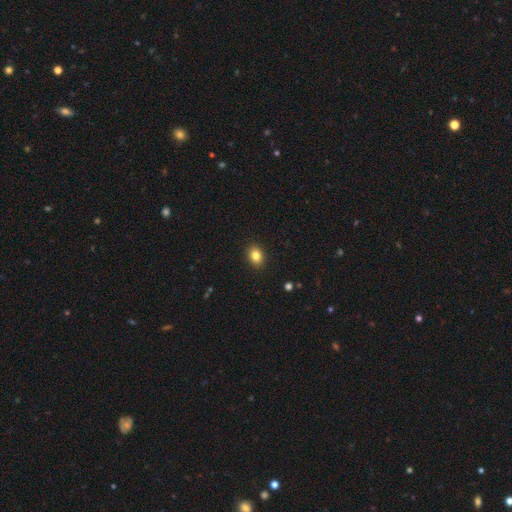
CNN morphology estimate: Smooth or featured? smooth (83%)
How rounded? in between (56%)
Merging? none (91%)